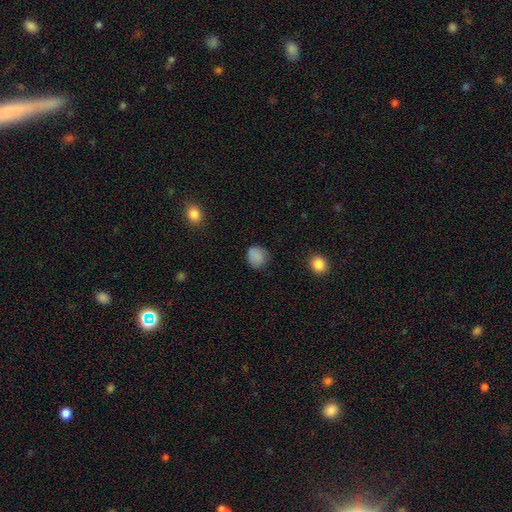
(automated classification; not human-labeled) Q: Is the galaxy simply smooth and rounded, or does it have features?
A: smooth — 84%.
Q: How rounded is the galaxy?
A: round — 80%.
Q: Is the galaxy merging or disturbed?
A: none — 76%.